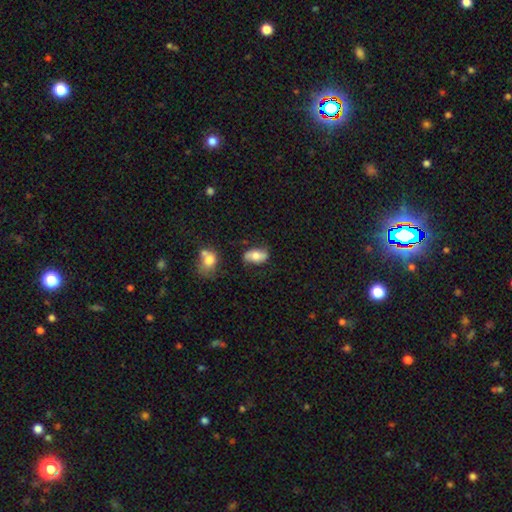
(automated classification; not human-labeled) smooth 58%, featured or disk 34%, star or artifact 8%. Down the decision tree: how rounded — in between (89%); merging — none (69%).